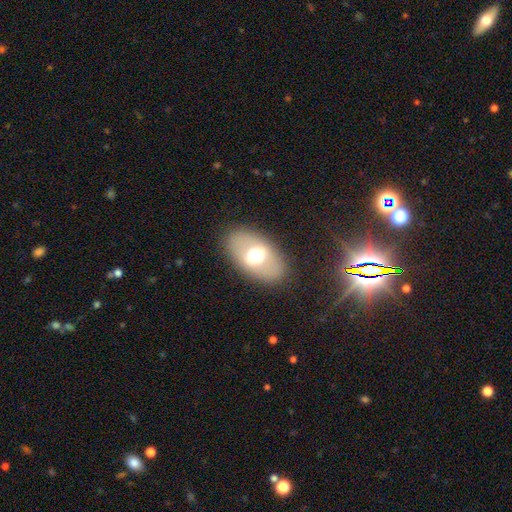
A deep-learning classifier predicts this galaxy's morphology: smooth-or-featured: smooth: 56% | featured or disk: 34% | star or artifact: 10%
  how-rounded: in between: 86% | round: 12% | cigar-shaped: 2%
  merging: none: 84% | minor disturbance: 10% | major disturbance: 5% | merger: 1%